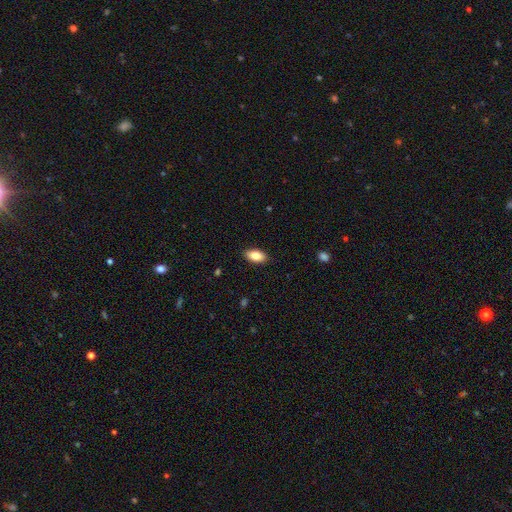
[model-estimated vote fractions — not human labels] Morphology: type=smooth (83%); roundness=in between (92%); merging=none (89%).